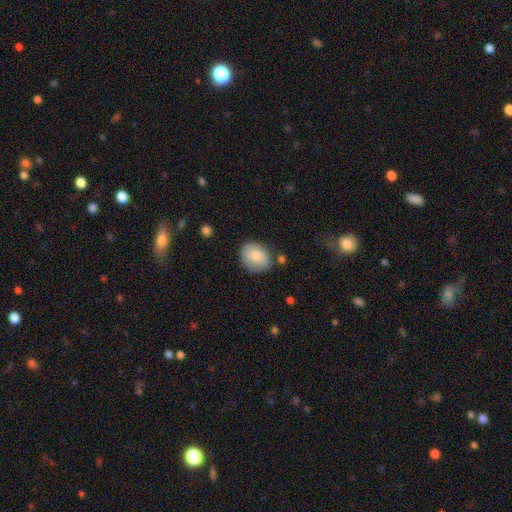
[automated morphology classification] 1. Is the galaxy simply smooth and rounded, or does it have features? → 83% smooth, 10% featured or disk, 7% star or artifact.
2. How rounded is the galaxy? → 50% round, 49% in between, 1% cigar-shaped.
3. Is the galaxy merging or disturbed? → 73% none, 19% minor disturbance, 4% major disturbance, 4% merger.